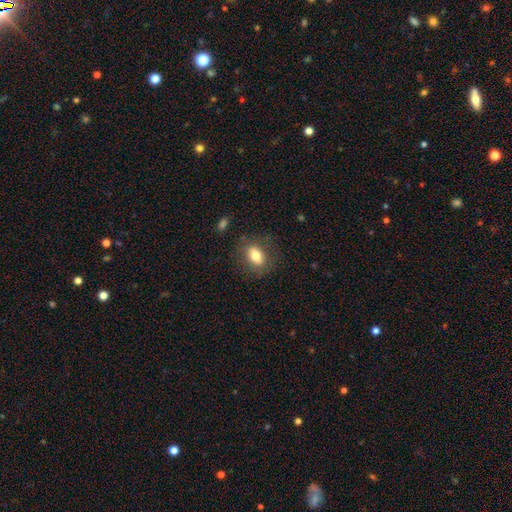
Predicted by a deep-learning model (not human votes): Morphology: type=smooth (76%); roundness=in between (72%); merging=none (79%).